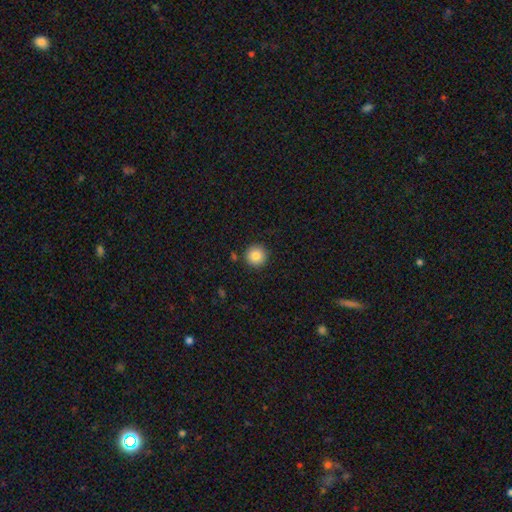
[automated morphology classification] A smooth galaxy with no disk features (86%) that is round (96%).

Vote fractions:
- Smooth or featured? smooth: 86% / star or artifact: 9% / featured or disk: 5%
- How rounded? round: 96% / in between: 3% / cigar-shaped: 1%
- Merging? none: 90% / minor disturbance: 6% / merger: 2% / major disturbance: 2%